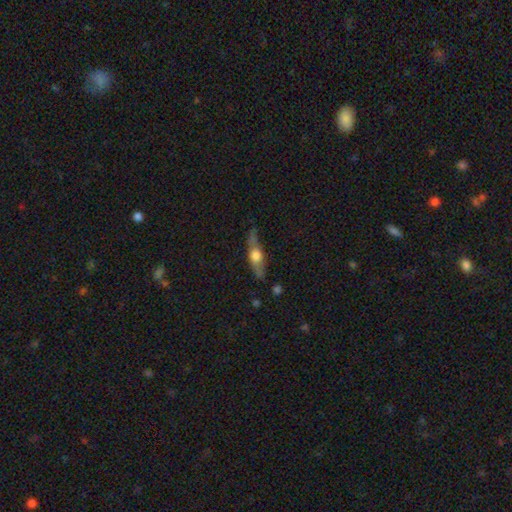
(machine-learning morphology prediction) Smooth or featured? Predicted: featured or disk (p=0.54). Edge-on disk? Predicted: yes (p=0.85). Merging? Predicted: none (p=0.73).